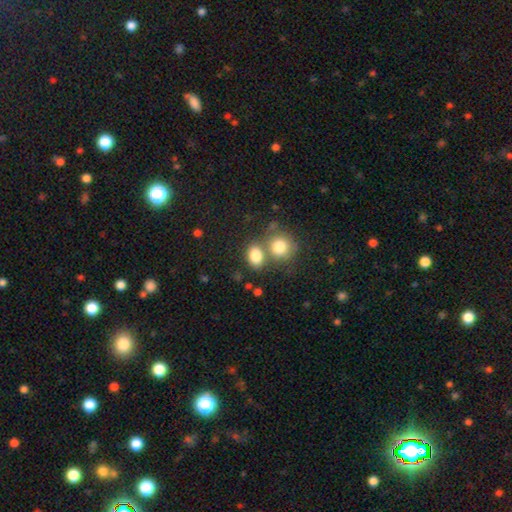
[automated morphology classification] Smooth or featured? Predicted: smooth (p=0.82). How rounded? Predicted: in between (p=0.64). Merging? Predicted: none (p=0.46).